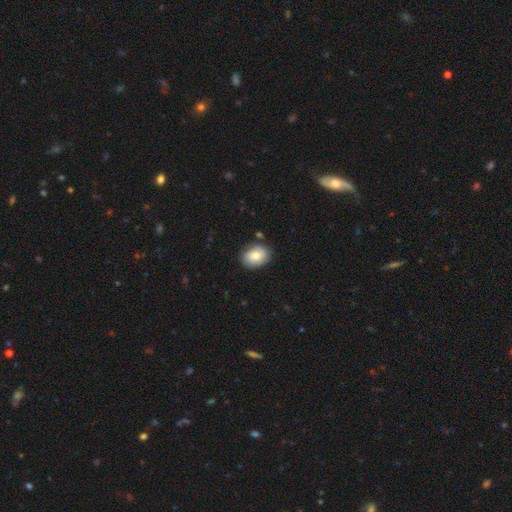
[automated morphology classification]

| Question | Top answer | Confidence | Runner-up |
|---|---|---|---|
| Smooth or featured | smooth | 82% | featured or disk (11%) |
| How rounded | in between | 71% | round (28%) |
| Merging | none | 81% | minor disturbance (14%) |